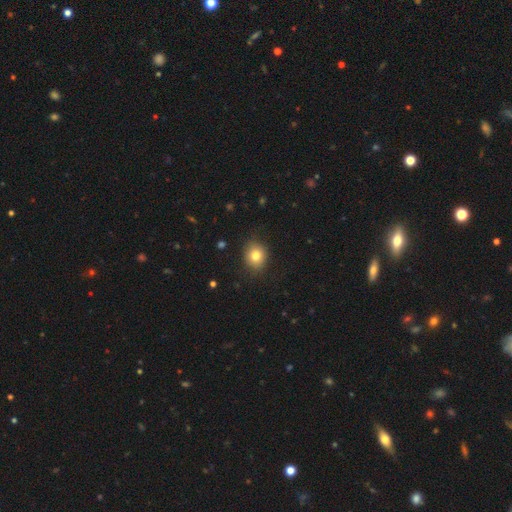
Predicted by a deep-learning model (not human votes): Q: Smooth or featured?
A: smooth (80%); runner-up: star or artifact (11%)
Q: How rounded?
A: round (70%); runner-up: in between (29%)
Q: Merging?
A: none (87%); runner-up: minor disturbance (10%)